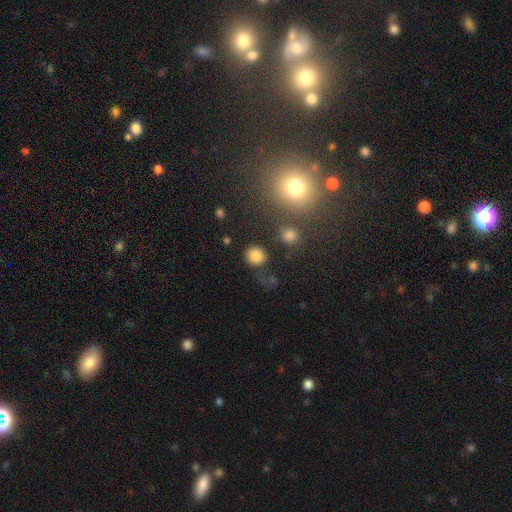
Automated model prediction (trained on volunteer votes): A smooth galaxy with no disk features (83%) that is round (85%). Merging: none (80%).